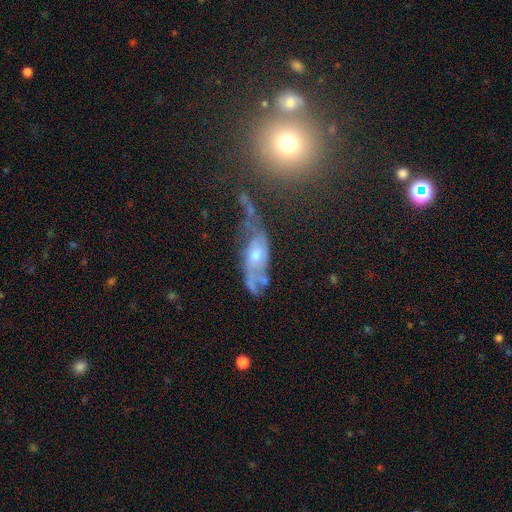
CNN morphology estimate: The model was most divided on "merging": none: 36%, major disturbance: 26%, minor disturbance: 26%, merger: 13%. More confident: edge-on disk — no (83%); bar — no (73%); spiral arms — yes (67%); smooth or featured — featured or disk (65%); bulge size — moderate (55%).